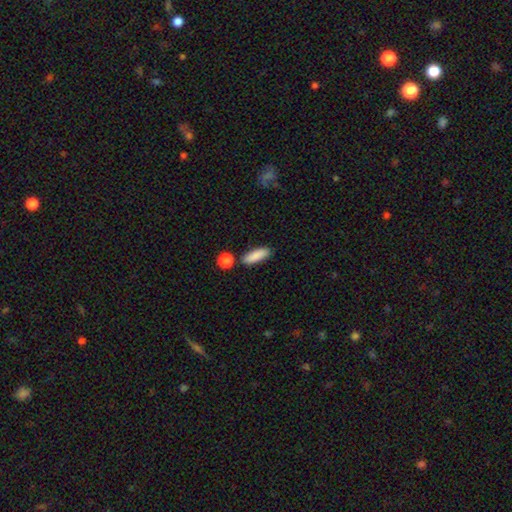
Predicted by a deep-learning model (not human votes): Smooth or featured? smooth (87%)
How rounded? in between (59%)
Merging? none (80%)